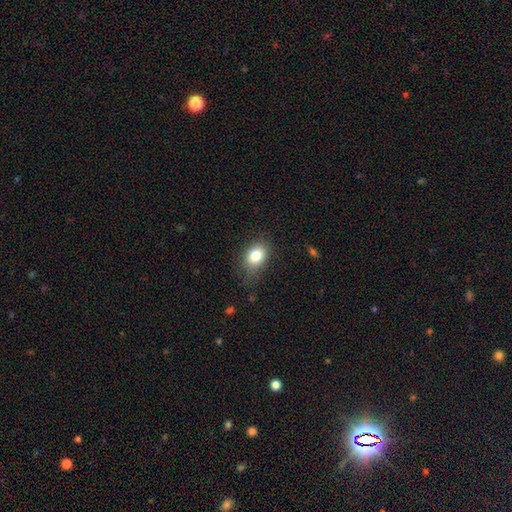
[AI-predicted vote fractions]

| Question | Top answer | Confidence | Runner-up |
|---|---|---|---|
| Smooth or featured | smooth | 81% | star or artifact (10%) |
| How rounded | in between | 71% | round (28%) |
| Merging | none | 74% | minor disturbance (19%) |